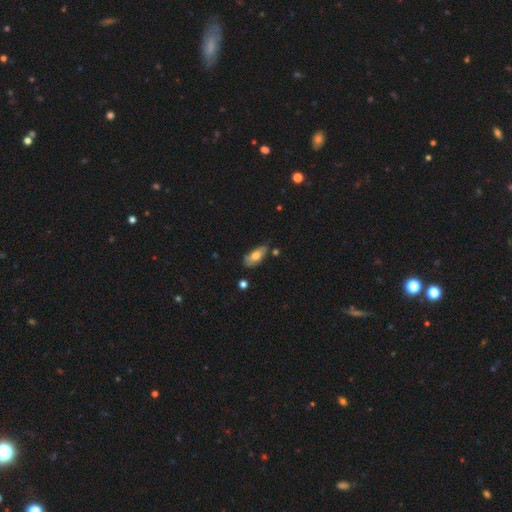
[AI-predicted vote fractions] Morphology: type=smooth (69%); roundness=in between (85%); merging=none (60%).